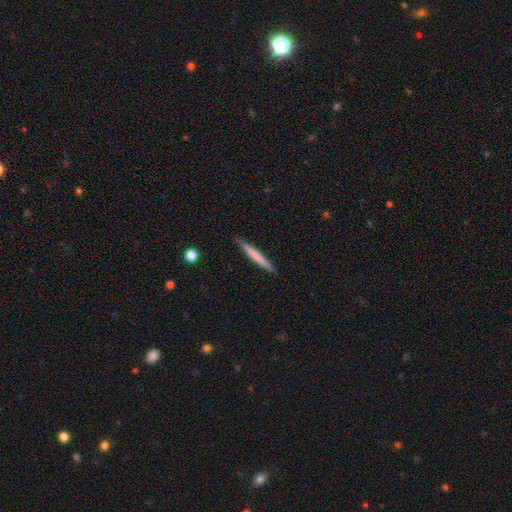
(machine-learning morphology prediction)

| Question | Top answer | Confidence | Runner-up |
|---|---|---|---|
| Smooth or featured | smooth | 66% | featured or disk (29%) |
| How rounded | cigar-shaped | 96% | in between (2%) |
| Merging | none | 88% | minor disturbance (9%) |